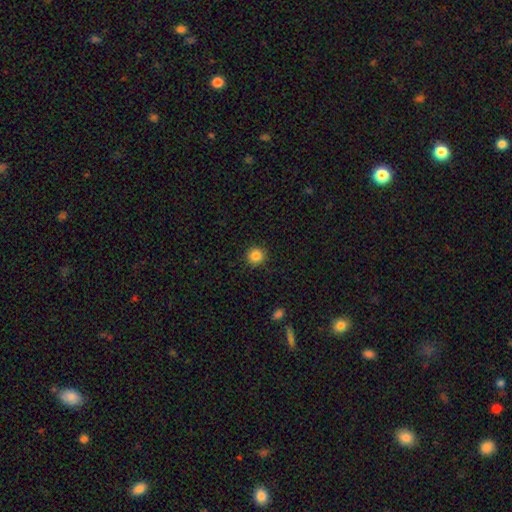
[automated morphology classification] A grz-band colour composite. It shows a smooth galaxy with no disk features (86%) that is round (94%). Merging: none (91%).